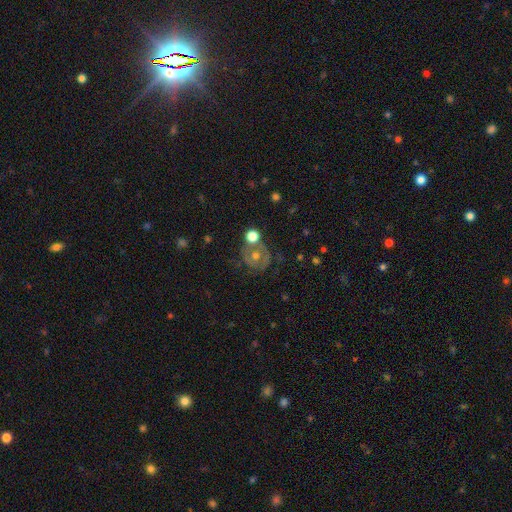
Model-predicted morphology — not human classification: smooth_or_featured: featured or disk (p=0.49) [alt: smooth p=0.37]
merging: none (p=0.55) [alt: merger p=0.17]